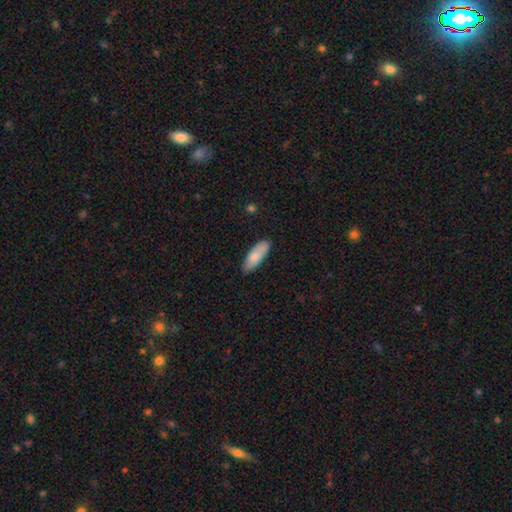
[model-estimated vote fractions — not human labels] Smooth or featured?
  - smooth: 83% *
  - featured or disk: 12%
  - star or artifact: 6%
How rounded?
  - in between: 69% *
  - cigar-shaped: 30%
  - round: 2%
Merging?
  - none: 85% *
  - minor disturbance: 12%
  - major disturbance: 2%
  - merger: 1%